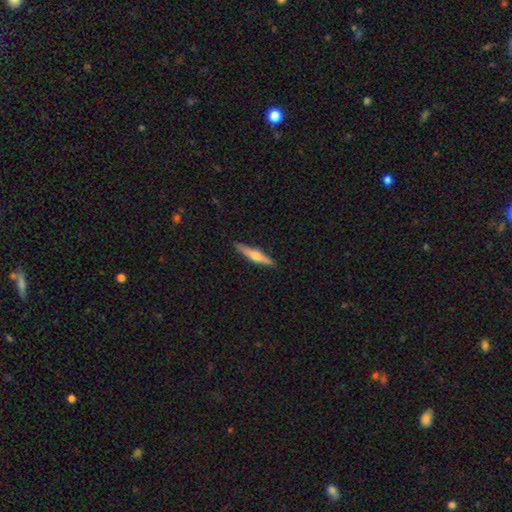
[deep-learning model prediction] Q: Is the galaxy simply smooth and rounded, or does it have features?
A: featured or disk — 52%.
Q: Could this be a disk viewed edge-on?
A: yes — 96%.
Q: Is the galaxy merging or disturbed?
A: none — 90%.